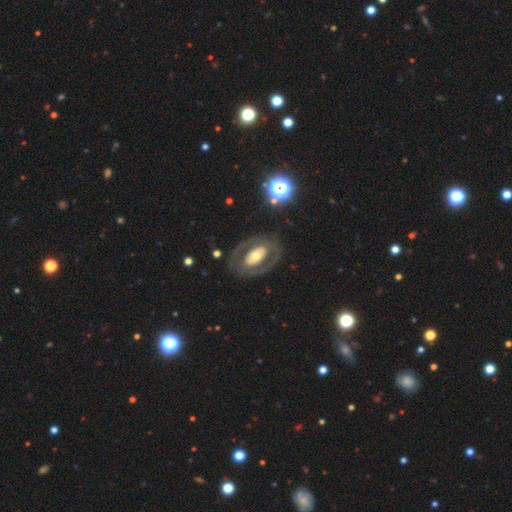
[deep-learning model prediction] featured or disk 64%, smooth 30%, star or artifact 6%. Down the decision tree: edge-on disk — no (93%); bar — no (57%); spiral arms — no (70%); bulge size — moderate (58%); merging — none (76%).